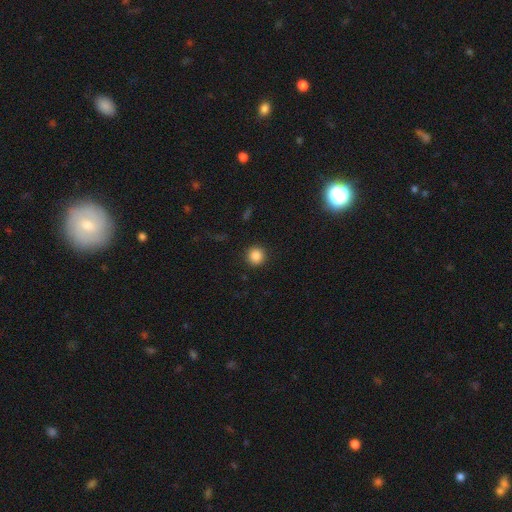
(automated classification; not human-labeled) A smooth galaxy with no disk features (86%) that is round (94%).

Vote fractions:
- Smooth or featured? smooth: 86% / star or artifact: 10% / featured or disk: 4%
- How rounded? round: 94% / in between: 5% / cigar-shaped: 1%
- Merging? none: 92% / minor disturbance: 5% / major disturbance: 2% / merger: 1%